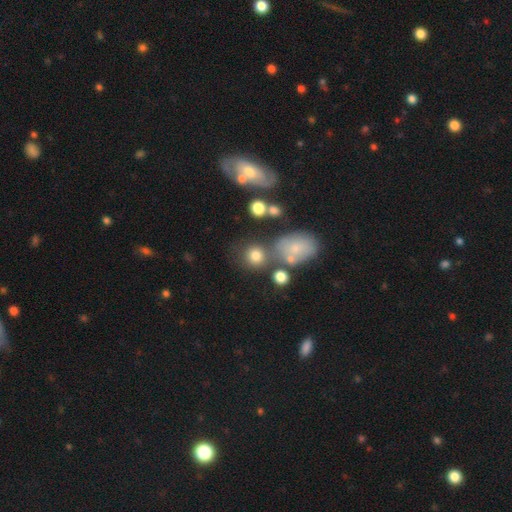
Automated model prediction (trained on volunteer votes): Q: Smooth or featured?
A: smooth (78%); runner-up: star or artifact (13%)
Q: How rounded?
A: round (85%); runner-up: in between (14%)
Q: Merging?
A: none (64%); runner-up: merger (19%)